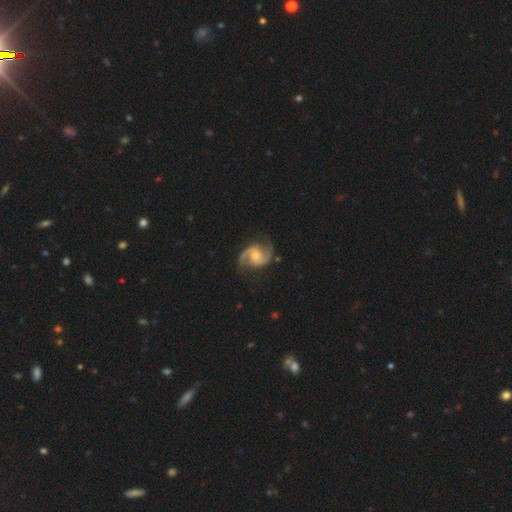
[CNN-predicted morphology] smooth-or-featured: featured or disk: 91% | smooth: 5% | star or artifact: 4%
  disk-edge-on: no: 98% | yes: 2%
    bar: no: 55% | weak: 36% | strong: 9%
    has-spiral-arms: yes: 98% | no: 2%
      spiral-winding: medium: 55% | loose: 30% | tight: 14%
      spiral-arm-count: 2: 93% | can't tell: 2% | 3: 1% | 1: 1% | 4: 1% | more than 4: 1%
    bulge-size: moderate: 50% | small: 43% | large: 3% | none: 3% | dominant: 1%
  merging: none: 79% | minor disturbance: 14% | major disturbance: 5% | merger: 1%